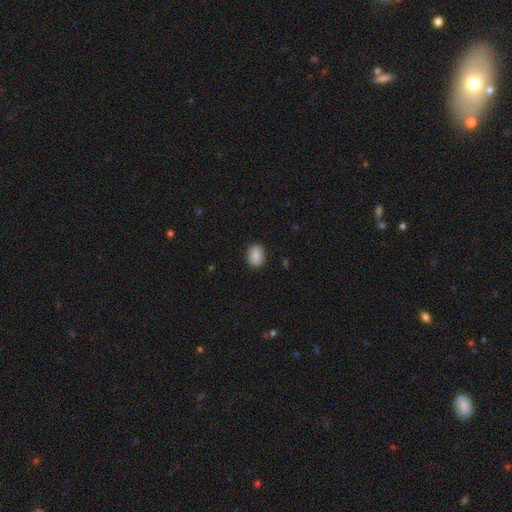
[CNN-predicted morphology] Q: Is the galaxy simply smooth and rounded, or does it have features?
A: smooth — 86%.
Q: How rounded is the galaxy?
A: in between — 71%.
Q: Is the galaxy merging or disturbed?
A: none — 87%.